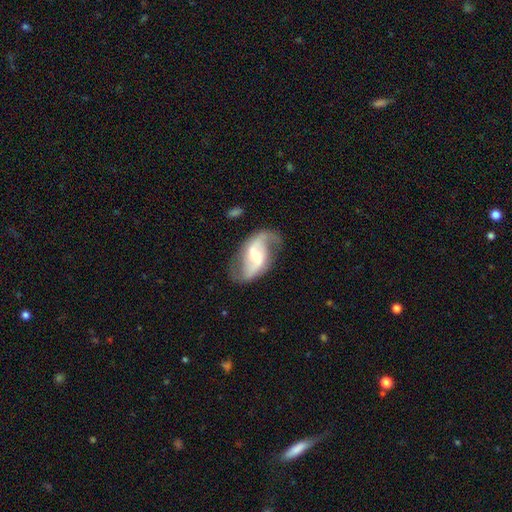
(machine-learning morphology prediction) Q: Smooth or featured?
A: featured or disk (87%); runner-up: smooth (8%)
Q: Edge-on disk?
A: no (97%); runner-up: yes (3%)
Q: Bar?
A: weak (47%); runner-up: strong (35%)
Q: Spiral arms?
A: yes (96%); runner-up: no (4%)
Q: Spiral winding?
A: loose (67%); runner-up: medium (27%)
Q: Spiral arm count?
A: 2 (92%); runner-up: 1 (3%)
Q: Bulge size?
A: moderate (47%); runner-up: small (39%)
Q: Merging?
A: none (74%); runner-up: minor disturbance (15%)